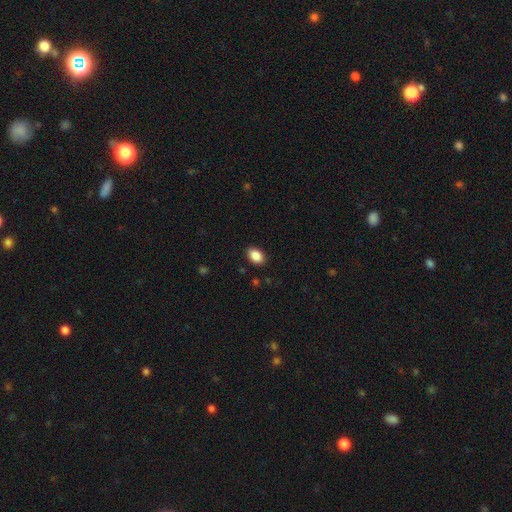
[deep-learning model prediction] Smooth or featured? Predicted: smooth (p=0.89). How rounded? Predicted: in between (p=0.85). Merging? Predicted: none (p=0.89).